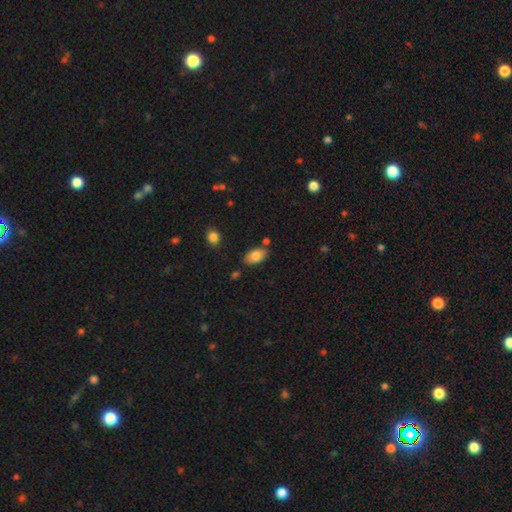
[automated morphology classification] The model was most divided on "merging": none: 77%, minor disturbance: 14%, merger: 6%, major disturbance: 3%. More confident: how rounded — in between (93%); smooth or featured — smooth (82%).